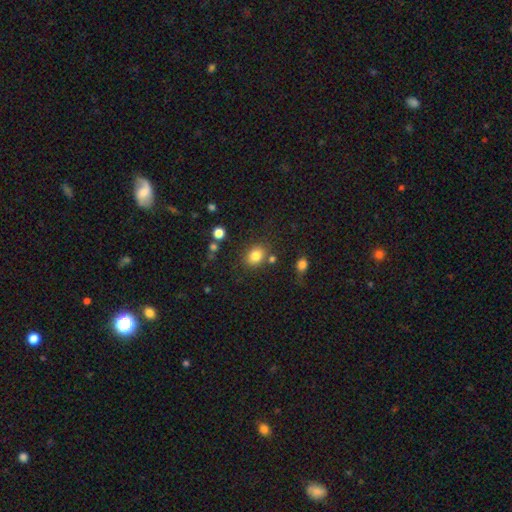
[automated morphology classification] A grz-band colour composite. It shows a smooth galaxy with no disk features (82%) that is in between round and cigar-shaped (52%). Merging: none (76%).